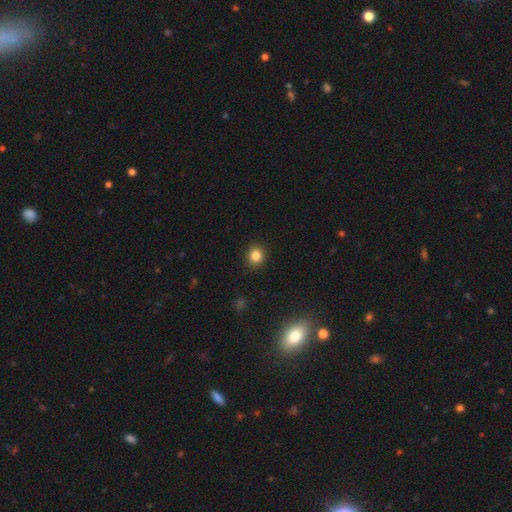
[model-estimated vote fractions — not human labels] Smooth or featured?
  - smooth: 83% *
  - star or artifact: 11%
  - featured or disk: 5%
How rounded?
  - round: 87% *
  - in between: 12%
  - cigar-shaped: 1%
Merging?
  - none: 92% *
  - minor disturbance: 6%
  - major disturbance: 2%
  - merger: 1%